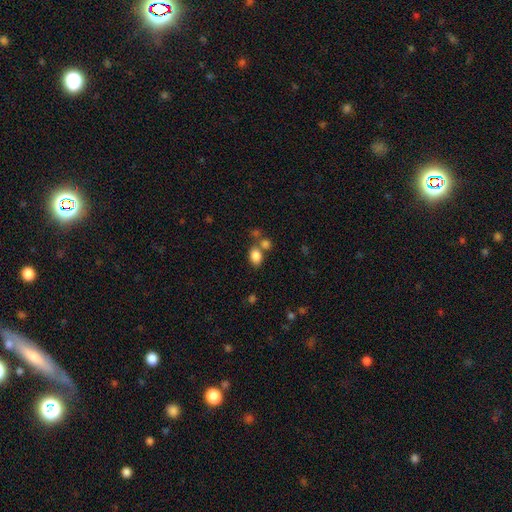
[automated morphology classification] Q: Smooth or featured?
A: smooth (84%); runner-up: star or artifact (10%)
Q: How rounded?
A: in between (75%); runner-up: round (24%)
Q: Merging?
A: none (57%); runner-up: merger (27%)